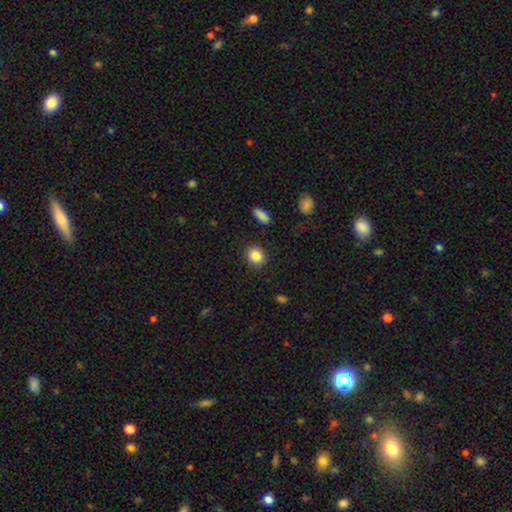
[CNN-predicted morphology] smooth_or_featured: smooth (p=0.86) [alt: star or artifact p=0.09]
how_rounded: round (p=0.81) [alt: in between p=0.18]
merging: none (p=0.88) [alt: minor disturbance p=0.08]